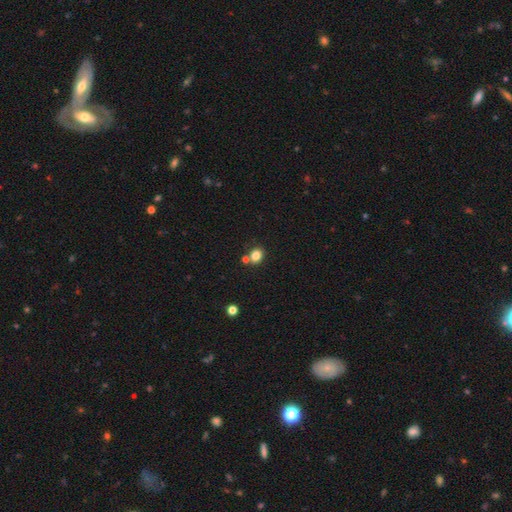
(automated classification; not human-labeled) smooth_or_featured: smooth (p=0.82) [alt: star or artifact p=0.12]
how_rounded: round (p=0.59) [alt: in between p=0.40]
merging: none (p=0.68) [alt: merger p=0.18]